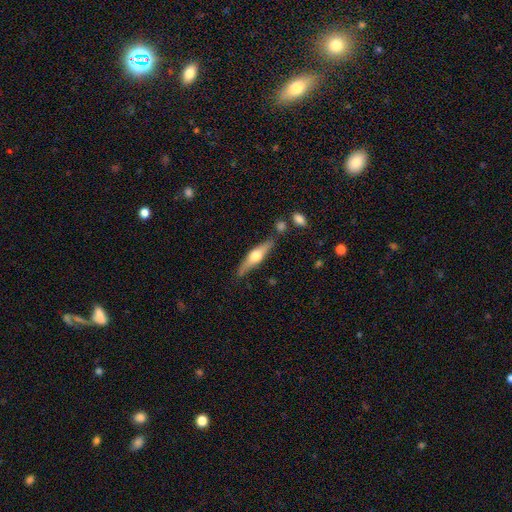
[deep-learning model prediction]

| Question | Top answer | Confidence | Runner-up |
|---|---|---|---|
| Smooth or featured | featured or disk | 64% | smooth (31%) |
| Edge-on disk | yes | 95% | no (5%) |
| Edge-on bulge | rounded | 93% | boxy (5%) |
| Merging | none | 79% | minor disturbance (12%) |